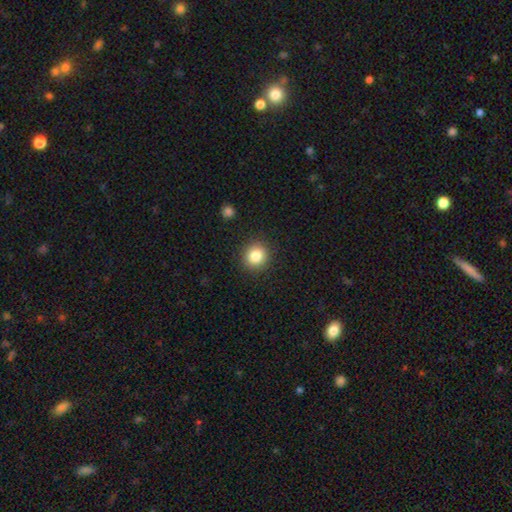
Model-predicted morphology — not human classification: The model was most divided on "smooth or featured": smooth: 83%, star or artifact: 11%, featured or disk: 6%. More confident: merging — none (90%); how rounded — round (89%).